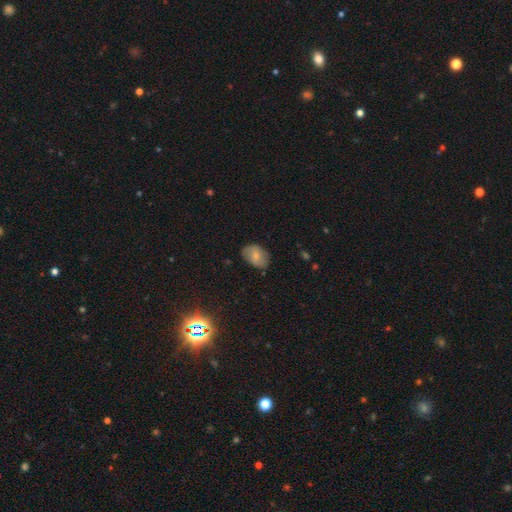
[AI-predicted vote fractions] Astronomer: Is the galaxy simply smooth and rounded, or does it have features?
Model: smooth — 66%.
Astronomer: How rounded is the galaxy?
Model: in between — 79%.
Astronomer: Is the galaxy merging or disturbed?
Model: none — 73%.